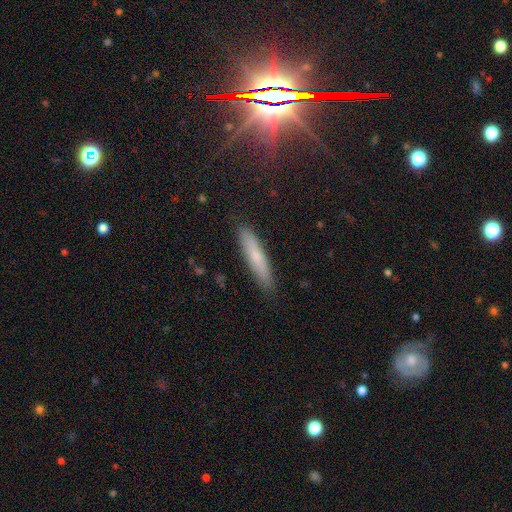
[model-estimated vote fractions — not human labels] smooth_or_featured: smooth (p=0.68) [alt: featured or disk p=0.25]
how_rounded: cigar-shaped (p=0.87) [alt: in between p=0.11]
merging: none (p=0.88) [alt: minor disturbance p=0.09]